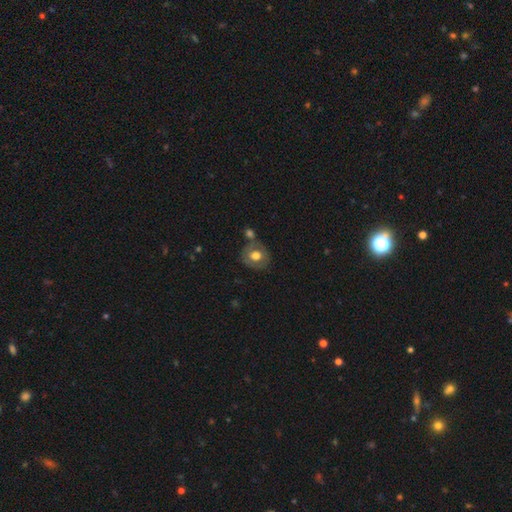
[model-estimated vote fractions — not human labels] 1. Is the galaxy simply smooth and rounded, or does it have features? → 57% smooth, 35% featured or disk, 8% star or artifact.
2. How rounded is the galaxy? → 72% round, 27% in between, 1% cigar-shaped.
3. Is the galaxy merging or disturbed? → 63% none, 16% merger, 15% minor disturbance, 6% major disturbance.